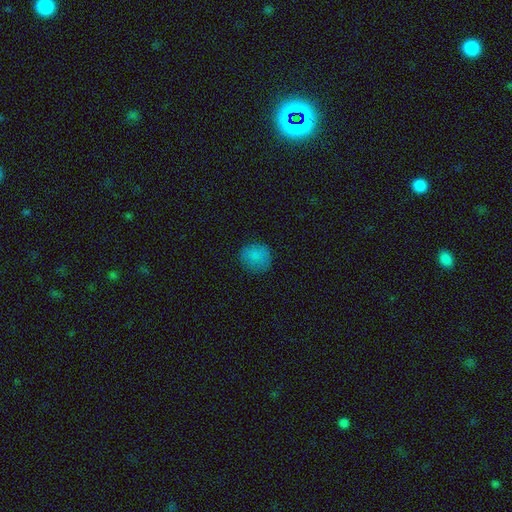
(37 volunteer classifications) smooth-or-featured: smooth: 84% | featured or disk: 11% | star or artifact: 5%
  how-rounded: round: 90% | in between: 10% | cigar-shaped: 0%
  merging: none: 91% | minor disturbance: 9% | major disturbance: 0% | merger: 0%